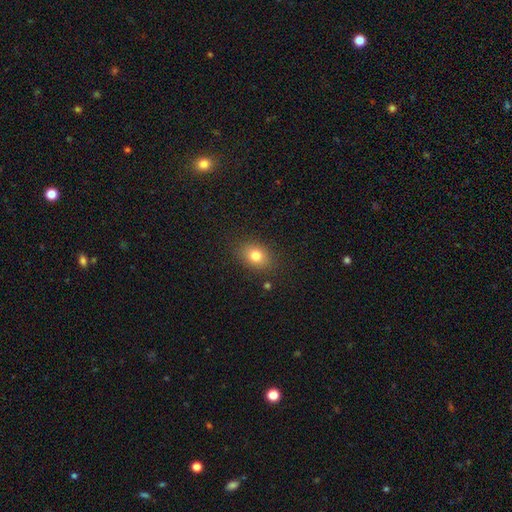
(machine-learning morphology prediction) type=smooth (80%); roundness=in between (65%); merging=none (85%).